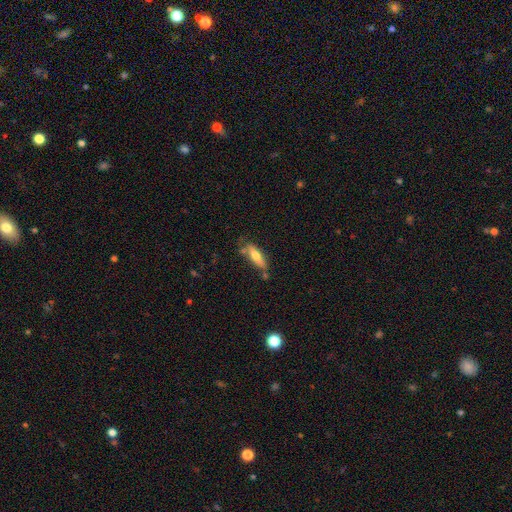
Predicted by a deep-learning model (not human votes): smooth 60%, featured or disk 33%, star or artifact 7%. Down the decision tree: how rounded — cigar-shaped (55%); merging — none (63%).